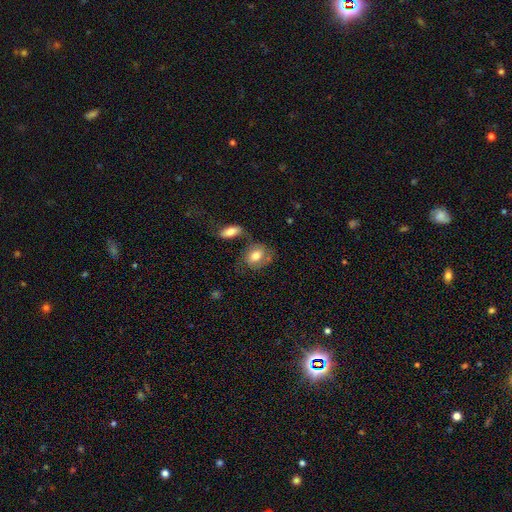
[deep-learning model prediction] Overall: smooth (65%; featured or disk 28%). How rounded: in between (72%). Merging: none (46%; minor disturbance 21%).